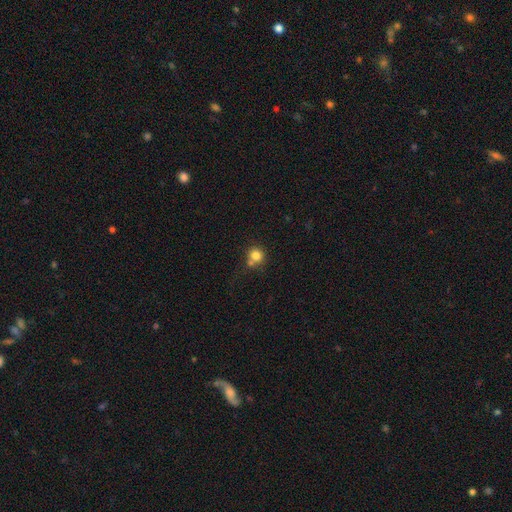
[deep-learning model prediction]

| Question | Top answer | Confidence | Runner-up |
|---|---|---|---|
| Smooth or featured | smooth | 80% | star or artifact (11%) |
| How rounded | round | 87% | in between (13%) |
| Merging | none | 54% | merger (29%) |